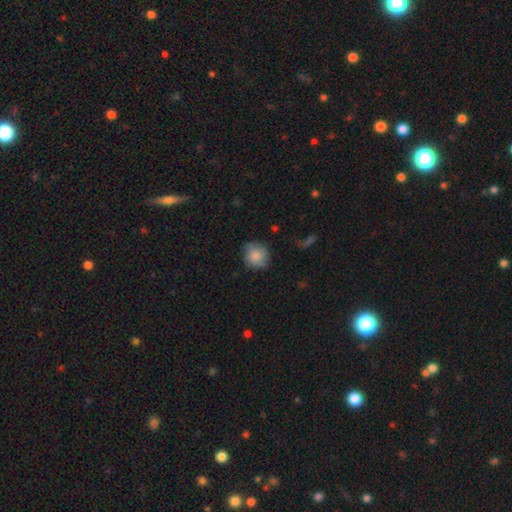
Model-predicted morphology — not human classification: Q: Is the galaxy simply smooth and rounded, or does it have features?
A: smooth — 84%.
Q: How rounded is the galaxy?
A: round — 86%.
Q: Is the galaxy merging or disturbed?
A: none — 76%.